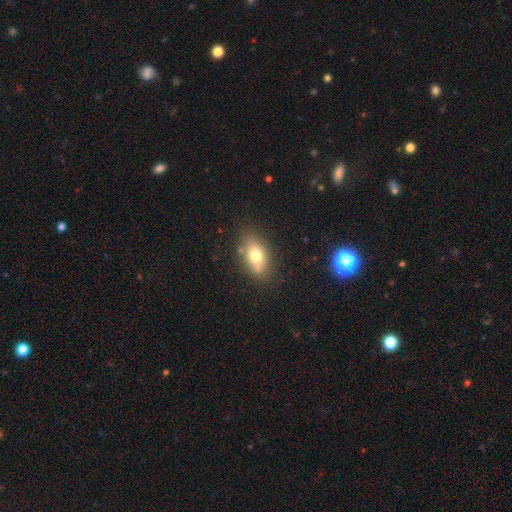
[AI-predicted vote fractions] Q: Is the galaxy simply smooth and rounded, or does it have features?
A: smooth — 72%.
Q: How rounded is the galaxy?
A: in between — 83%.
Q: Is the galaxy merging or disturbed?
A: none — 73%.